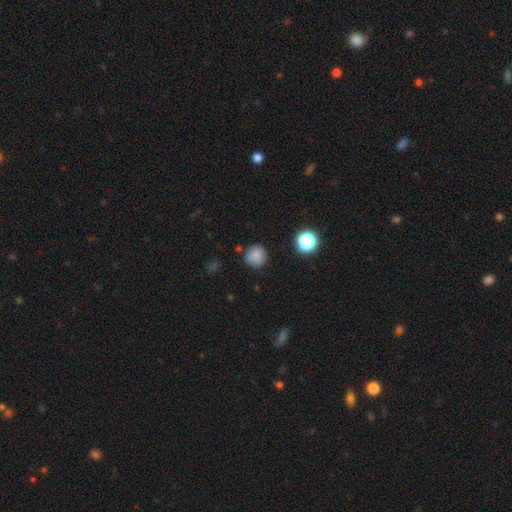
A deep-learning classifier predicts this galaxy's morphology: Q: Smooth or featured?
A: smooth (81%); runner-up: star or artifact (12%)
Q: How rounded?
A: round (92%); runner-up: in between (7%)
Q: Merging?
A: none (83%); runner-up: minor disturbance (11%)